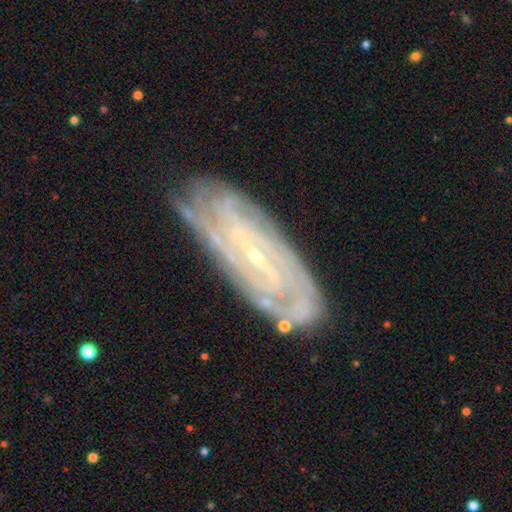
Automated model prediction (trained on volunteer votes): Overall: featured or disk (82%). Edge-on disk: no (86%). Bar: weak (41%; no 37%). Spiral arms: yes (92%). Spiral arm count: can't tell (44%; 2 15%). Spiral winding: tight (70%). Bulge size: small (84%). Merging: none (77%).